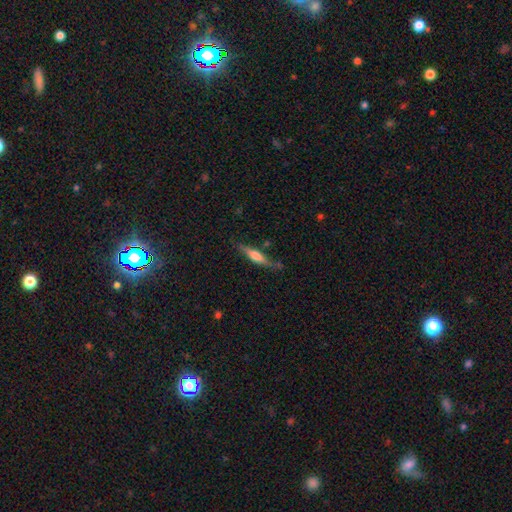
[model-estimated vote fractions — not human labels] A featured or disk galaxy (52%) viewed edge-on (93%).

Vote fractions:
- Smooth or featured? featured or disk: 52% / smooth: 42% / star or artifact: 6%
- Edge-on disk? yes: 93% / no: 7%
- Merging? none: 73% / minor disturbance: 18% / merger: 5% / major disturbance: 4%